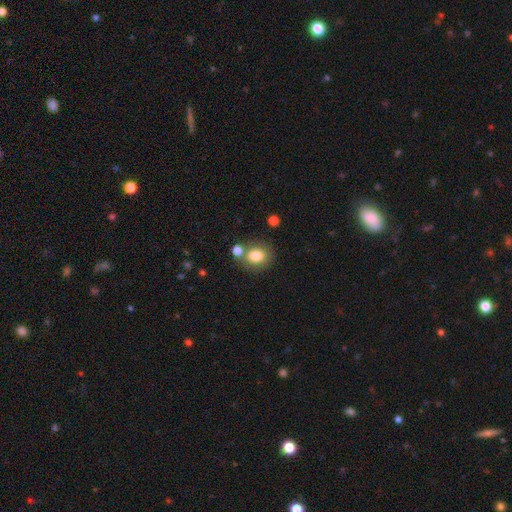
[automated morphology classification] Smooth or featured?
  - smooth: 80% *
  - star or artifact: 10%
  - featured or disk: 10%
How rounded?
  - round: 62% *
  - in between: 37%
  - cigar-shaped: 1%
Merging?
  - none: 64% *
  - merger: 19%
  - minor disturbance: 12%
  - major disturbance: 4%